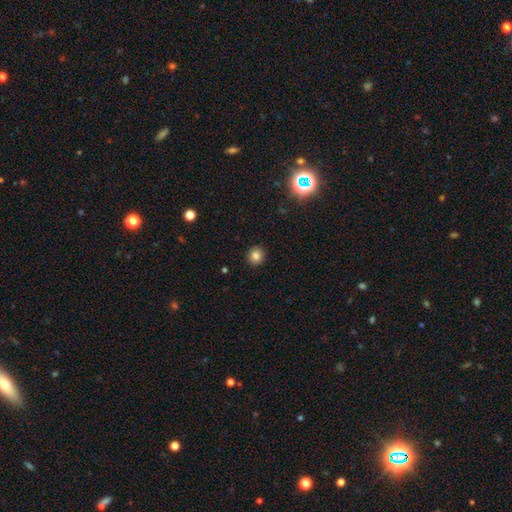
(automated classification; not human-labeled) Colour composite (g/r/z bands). It shows a smooth galaxy with no disk features (82%) that is round (88%). Merging: none (92%).